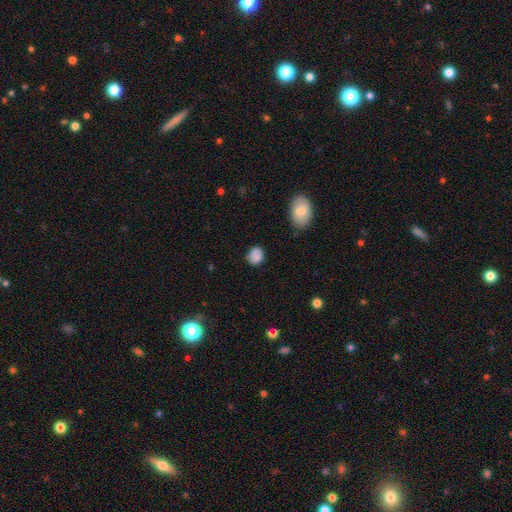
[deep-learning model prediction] A smooth galaxy with no disk features (80%) that is round (64%). Merging: none (65%).